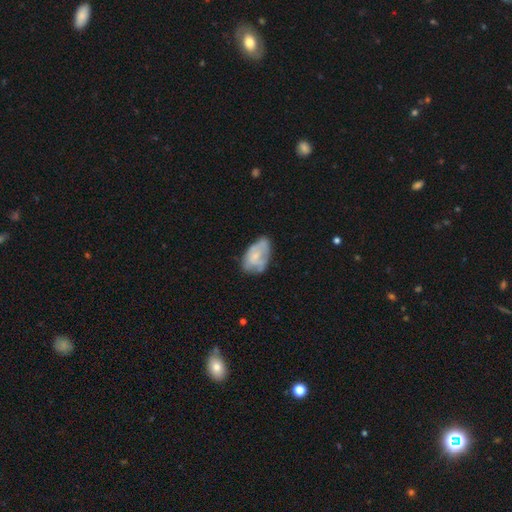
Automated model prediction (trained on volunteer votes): smooth 51%, featured or disk 42%, star or artifact 7%. Down the decision tree: how rounded — in between (91%); merging — none (48%).